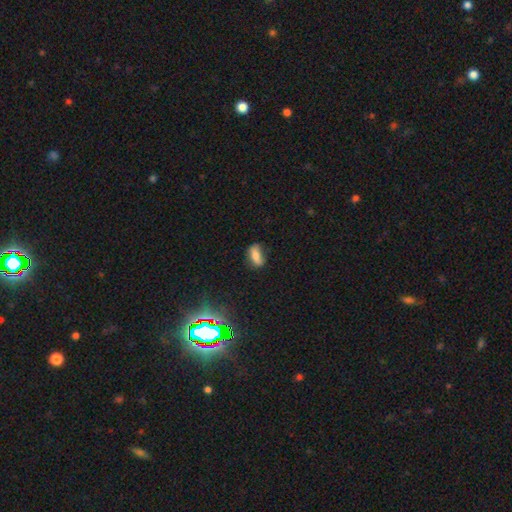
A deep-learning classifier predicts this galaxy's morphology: smooth 73%, featured or disk 15%, star or artifact 12%. Down the decision tree: how rounded — in between (82%); merging — none (60%).